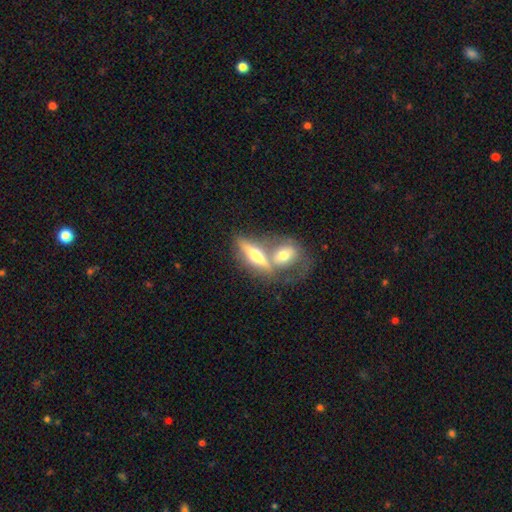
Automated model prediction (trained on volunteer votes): Overall: featured or disk (53%; smooth 41%). Edge-on disk: yes (79%). Merging: merger (53%; none 34%).